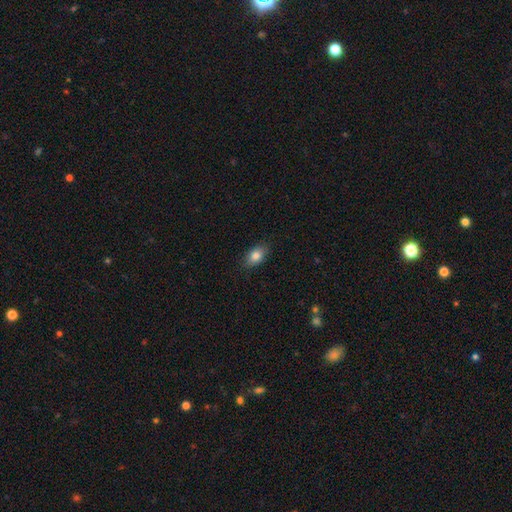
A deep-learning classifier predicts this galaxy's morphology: Smooth or featured?
  - smooth: 82% *
  - featured or disk: 10%
  - star or artifact: 8%
How rounded?
  - in between: 87% *
  - round: 11%
  - cigar-shaped: 3%
Merging?
  - none: 85% *
  - minor disturbance: 11%
  - major disturbance: 2%
  - merger: 1%